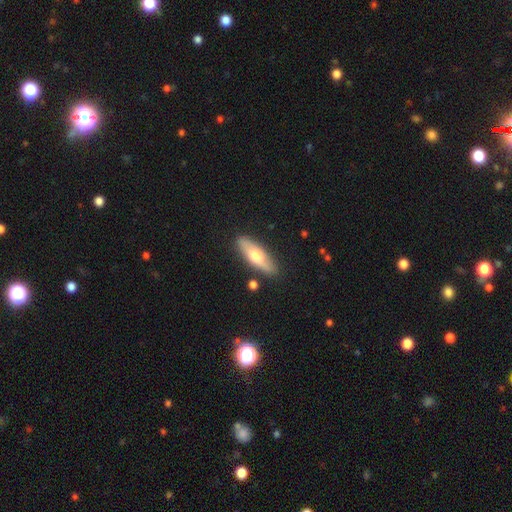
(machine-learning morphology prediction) type=smooth (57%); roundness=in between (54%); merging=none (84%).